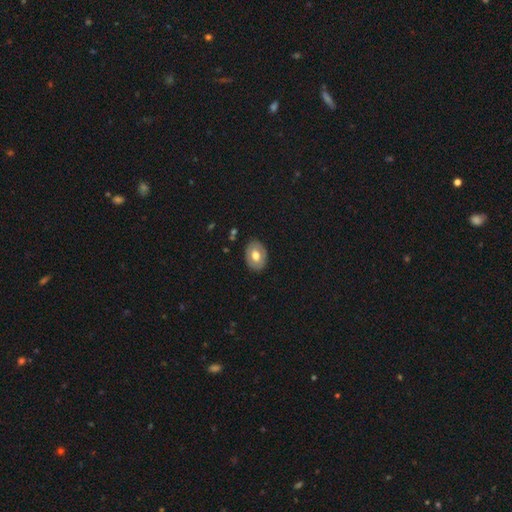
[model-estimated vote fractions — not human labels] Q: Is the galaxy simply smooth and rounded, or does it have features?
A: smooth — 57%.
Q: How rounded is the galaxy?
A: in between — 71%.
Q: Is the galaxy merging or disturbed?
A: none — 86%.